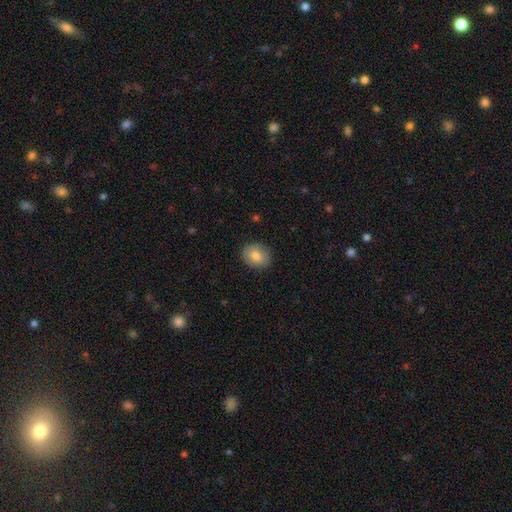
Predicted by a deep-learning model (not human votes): Q: Smooth or featured?
A: smooth (79%); runner-up: featured or disk (13%)
Q: How rounded?
A: round (58%); runner-up: in between (41%)
Q: Merging?
A: none (86%); runner-up: minor disturbance (10%)